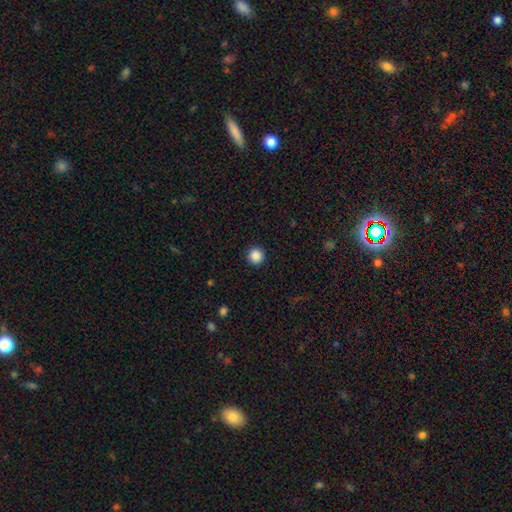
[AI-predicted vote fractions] Smooth or featured? Predicted: smooth (p=0.87). How rounded? Predicted: round (p=0.96). Merging? Predicted: none (p=0.93).